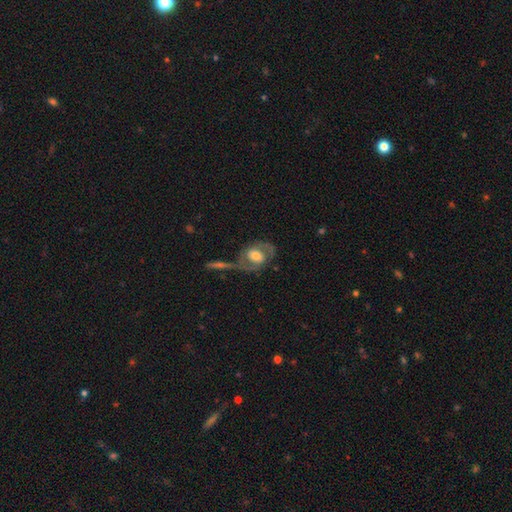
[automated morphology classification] A featured or disk galaxy (62%) with no bar (51%), spiral arms (71%) and a moderate central bulge (55%).

Vote fractions:
- Smooth or featured? featured or disk: 62% / smooth: 31% / star or artifact: 6%
- Edge-on disk? no: 94% / yes: 6%
- Bar? no: 51% / weak: 34% / strong: 15%
- Spiral arms? yes: 71% / no: 29%
- Bulge size? moderate: 55% / large: 29% / small: 11% / dominant: 2% / none: 2%
- Merging? none: 53% / minor disturbance: 17% / merger: 16% / major disturbance: 14%